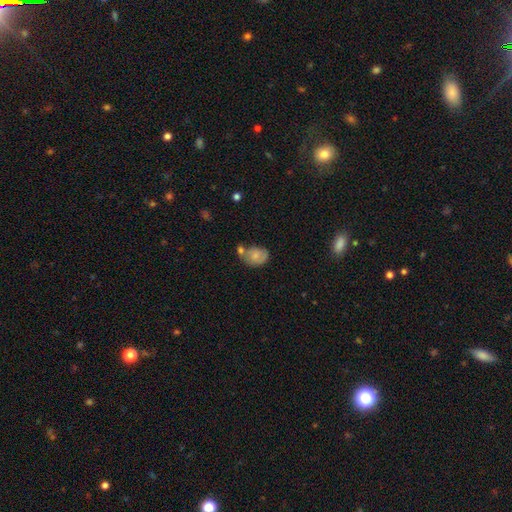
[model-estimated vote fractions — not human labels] Smooth or featured? Predicted: smooth (p=0.63). How rounded? Predicted: in between (p=0.63). Merging? Predicted: none (p=0.39).